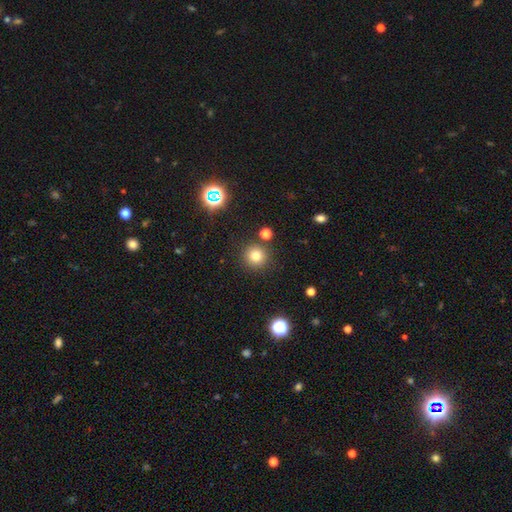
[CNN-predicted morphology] smooth-or-featured: smooth: 78% | star or artifact: 16% | featured or disk: 6%
  how-rounded: round: 94% | in between: 5% | cigar-shaped: 1%
  merging: none: 86% | minor disturbance: 7% | merger: 5% | major disturbance: 3%